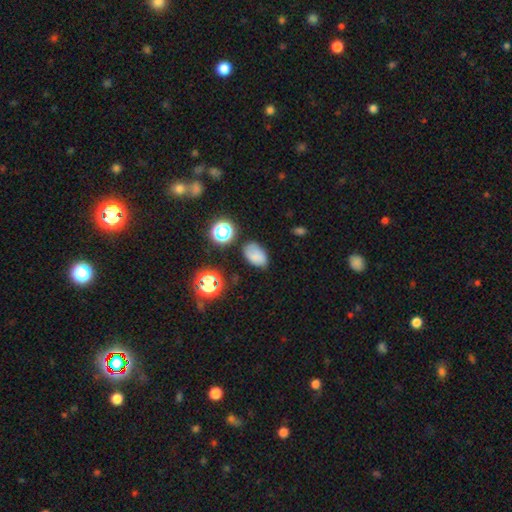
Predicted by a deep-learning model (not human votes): Smooth or featured? smooth (77%)
How rounded? in between (87%)
Merging? none (72%)